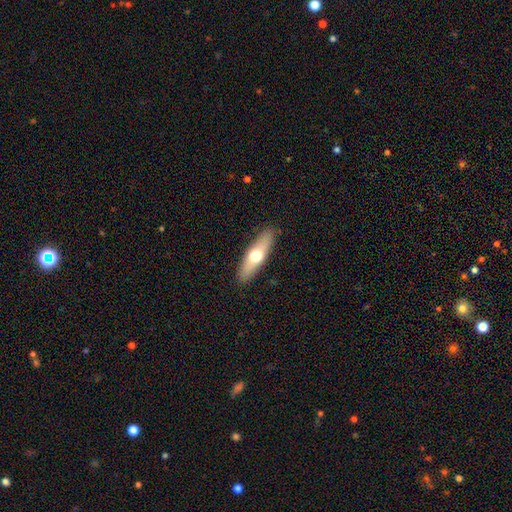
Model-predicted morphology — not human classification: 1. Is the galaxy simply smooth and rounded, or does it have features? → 53% smooth, 41% featured or disk, 5% star or artifact.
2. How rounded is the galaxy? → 61% cigar-shaped, 36% in between, 3% round.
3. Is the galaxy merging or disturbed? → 89% none, 8% minor disturbance, 2% major disturbance, 1% merger.